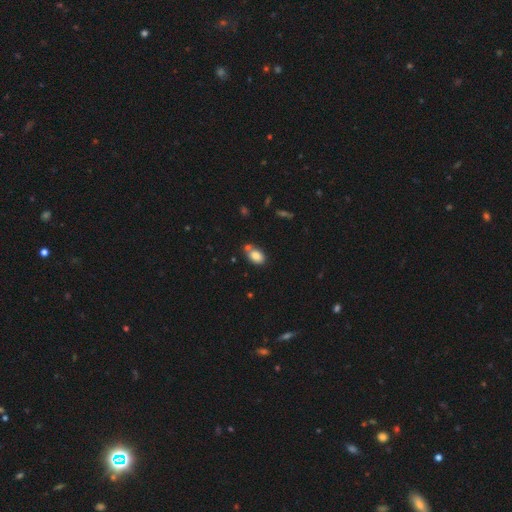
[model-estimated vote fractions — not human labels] Smooth or featured?
  - smooth: 84% *
  - star or artifact: 9%
  - featured or disk: 7%
How rounded?
  - in between: 84% *
  - round: 15%
  - cigar-shaped: 1%
Merging?
  - none: 58% *
  - merger: 22%
  - minor disturbance: 16%
  - major disturbance: 4%